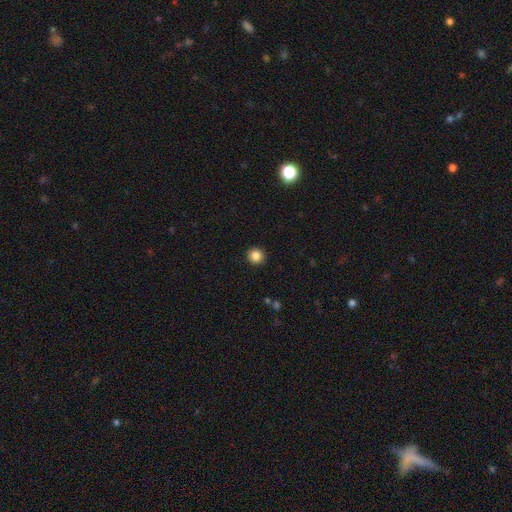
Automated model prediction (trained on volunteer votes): smooth 85%, star or artifact 11%, featured or disk 4%. Down the decision tree: how rounded — round (93%); merging — none (93%).